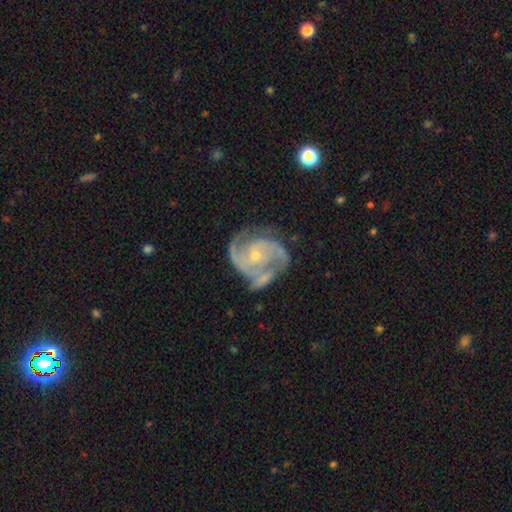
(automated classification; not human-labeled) This appears to be a featured or disk galaxy (91%) with no bar (65%), 2 (57%) medium (47%) spiral arms (97%) and a small central bulge (73%). Merging: none (51%).